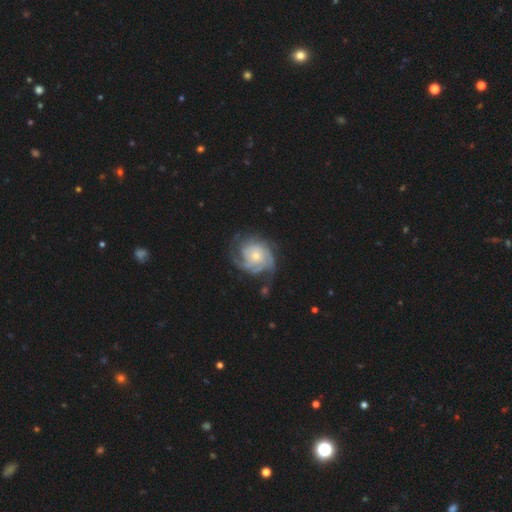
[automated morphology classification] This appears to be a featured or disk galaxy (84%) with no bar (79%), 3 (30%) tight (58%) spiral arms (96%) and a small central bulge (60%). Merging: none (63%).